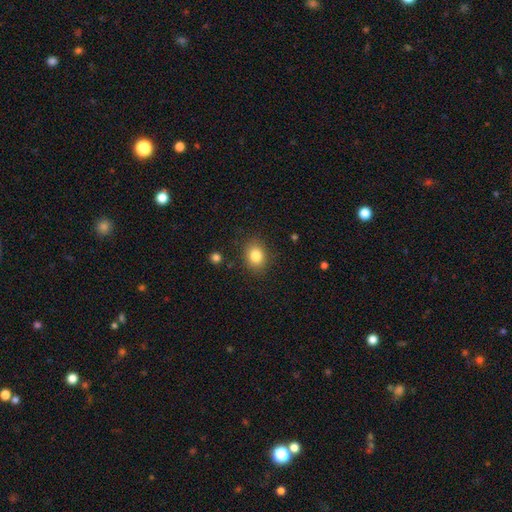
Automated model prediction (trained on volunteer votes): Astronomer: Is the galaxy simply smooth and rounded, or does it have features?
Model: smooth — 83%.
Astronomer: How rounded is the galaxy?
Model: in between — 50% (runner-up: round, 49%).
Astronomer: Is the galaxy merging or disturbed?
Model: none — 86%.